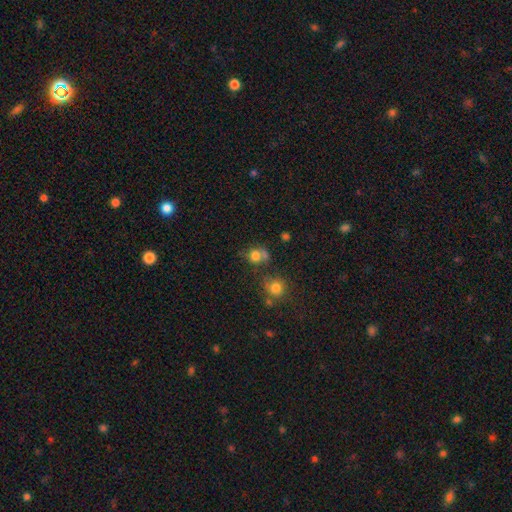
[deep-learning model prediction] This is likely a smooth galaxy (76%). How rounded: likely round (76%). Merging: possibly none (51%).